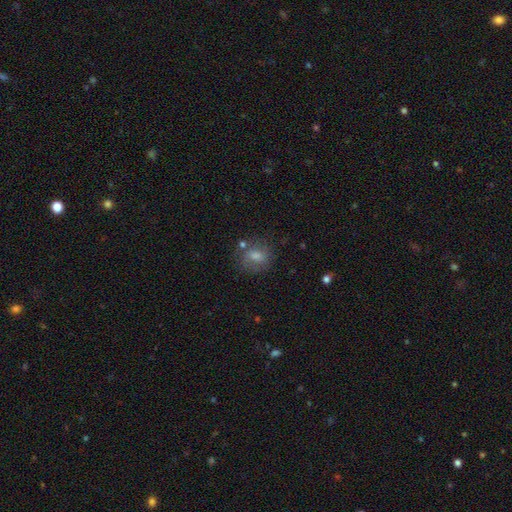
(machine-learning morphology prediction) Smooth or featured? smooth (66%)
How rounded? round (66%)
Merging? none (65%)